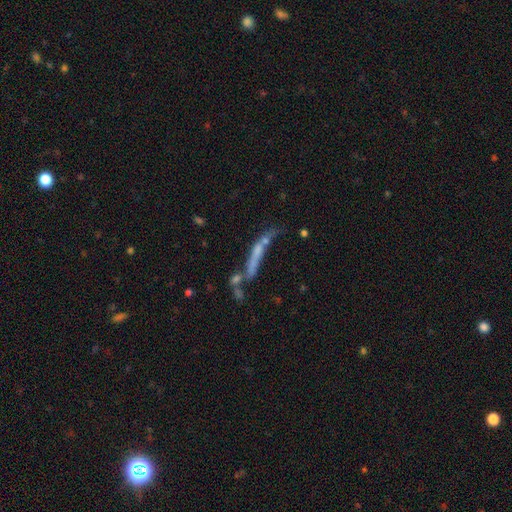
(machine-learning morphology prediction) The model was most divided on "merging": merger: 34%, none: 32%, major disturbance: 19%, minor disturbance: 15%. Remaining: smooth or featured — featured or disk (46%).